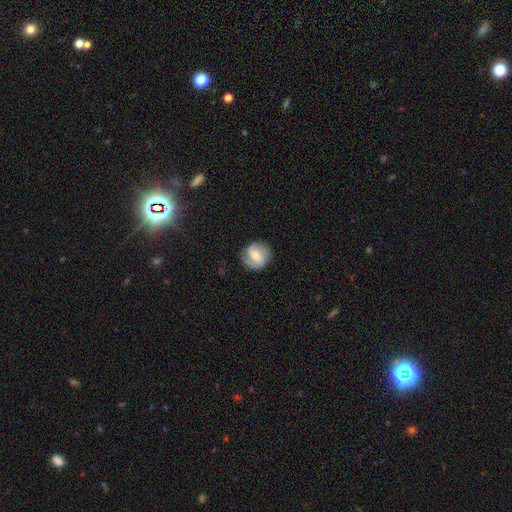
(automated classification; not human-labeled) This is likely a featured or disk galaxy (64%). It is clearly not viewed edge-on (97%). Bar: marginally weak (45%). Spiral arm pattern: clearly yes (86%). Spiral arm count: likely 2 (74%). Spiral winding: marginally medium (43%). Central bulge: possibly moderate (55%). Merging: likely none (77%).